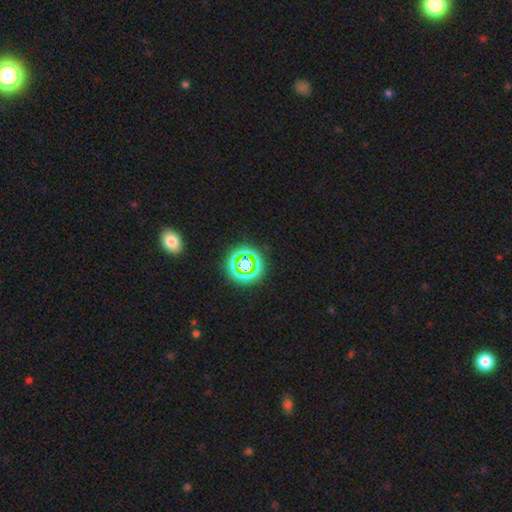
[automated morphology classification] This is possibly a star or artifact rather than a galaxy (56%).